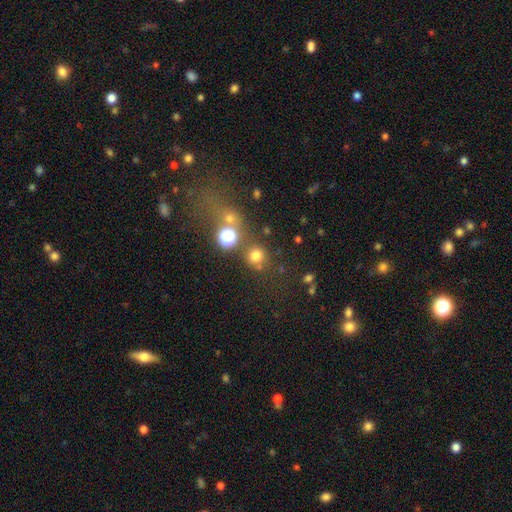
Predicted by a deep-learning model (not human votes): This is likely a smooth galaxy (71%). How rounded: clearly round (90%). Merging: likely none (72%).